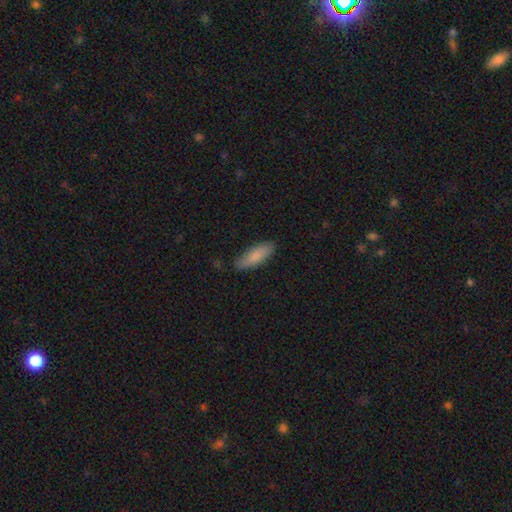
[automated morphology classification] smooth 85%, featured or disk 10%, star or artifact 6%. Down the decision tree: how rounded — in between (57%); merging — none (78%).